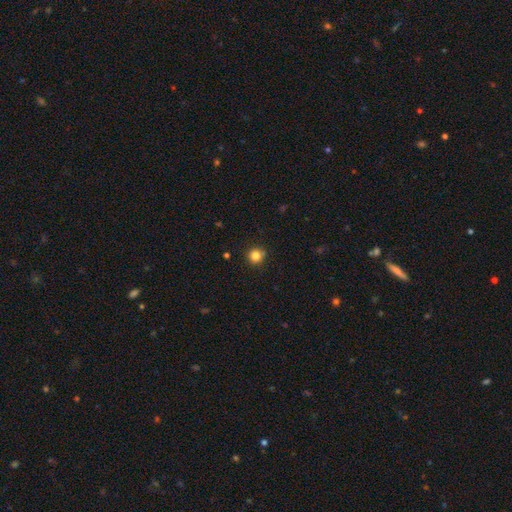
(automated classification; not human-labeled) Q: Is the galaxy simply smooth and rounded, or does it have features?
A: smooth — 82%.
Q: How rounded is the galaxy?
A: round — 93%.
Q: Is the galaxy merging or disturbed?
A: none — 87%.